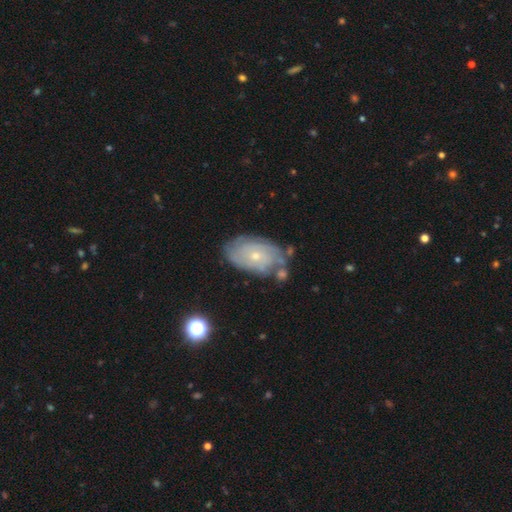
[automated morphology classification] type=featured or disk (69%); edge-on=no (94%); bar=no (81%); spiral arms=yes (82%); winding=tight (73%); arm count=can't tell (56%); bulge=small (73%); merging=none (65%).